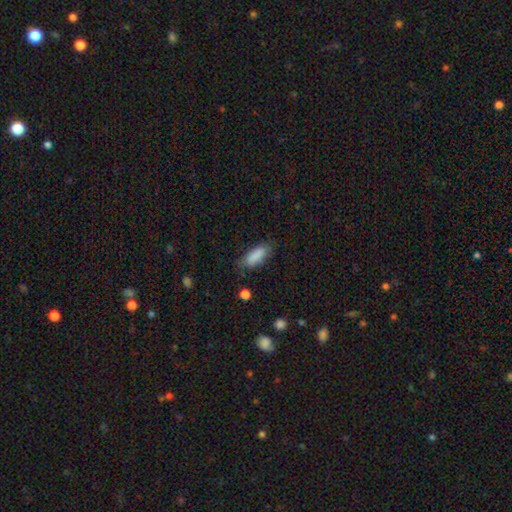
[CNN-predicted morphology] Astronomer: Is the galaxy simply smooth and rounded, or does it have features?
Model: smooth — 87%.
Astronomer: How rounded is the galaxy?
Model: in between — 72%.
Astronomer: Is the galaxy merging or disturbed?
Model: none — 74%.